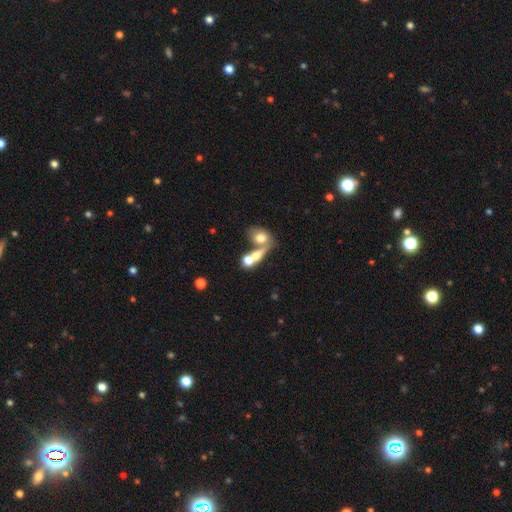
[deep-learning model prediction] Morphology: type=smooth (64%); roundness=in between (54%); merging=merger (64%).